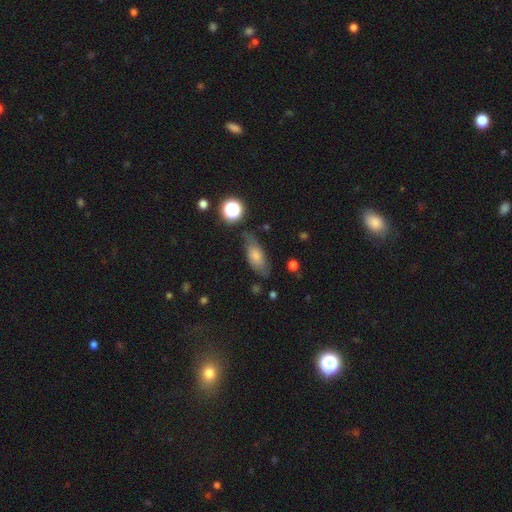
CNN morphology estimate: This is likely a smooth galaxy (65%). How rounded: likely in between (80%). Merging: likely none (62%).